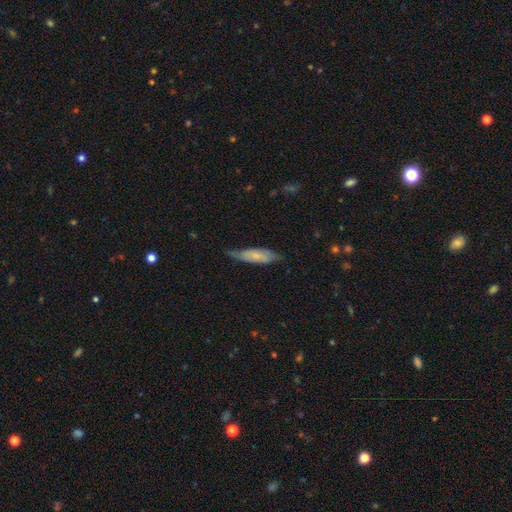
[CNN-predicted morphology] Smooth or featured? Predicted: smooth (p=0.61). How rounded? Predicted: cigar-shaped (p=0.63). Merging? Predicted: none (p=0.65).